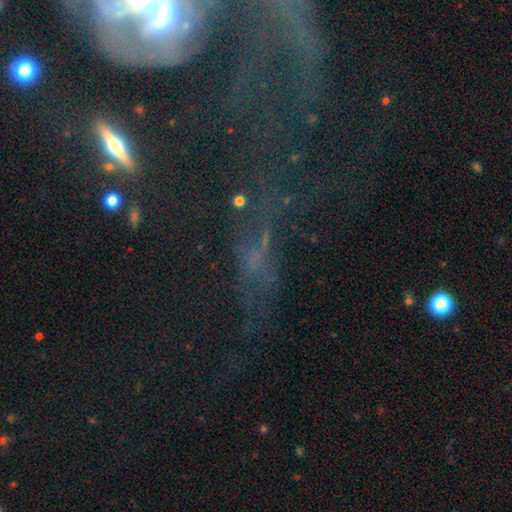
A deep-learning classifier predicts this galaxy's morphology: Smooth or featured? Predicted: featured or disk (p=0.39). Merging? Predicted: none (p=0.46).